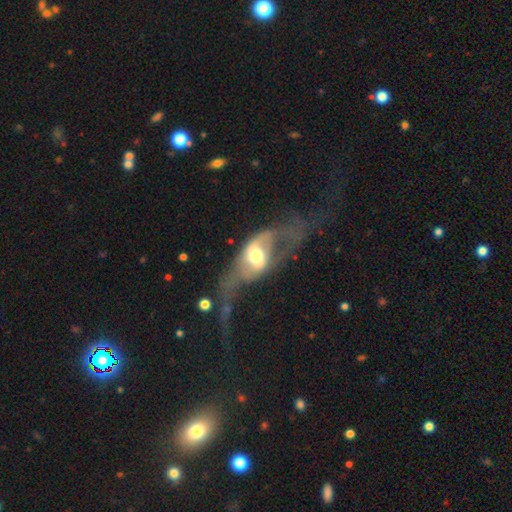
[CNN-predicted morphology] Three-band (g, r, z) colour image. It shows a featured or disk galaxy (68%) with no bar (38%), spiral arms (57%) and a moderate central bulge (63%). Merging: major disturbance (48%).